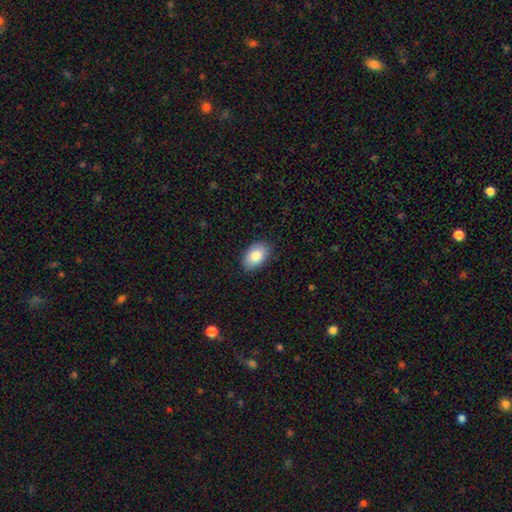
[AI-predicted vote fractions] Q: Smooth or featured?
A: smooth (84%); runner-up: featured or disk (9%)
Q: How rounded?
A: in between (91%); runner-up: round (8%)
Q: Merging?
A: none (84%); runner-up: minor disturbance (12%)